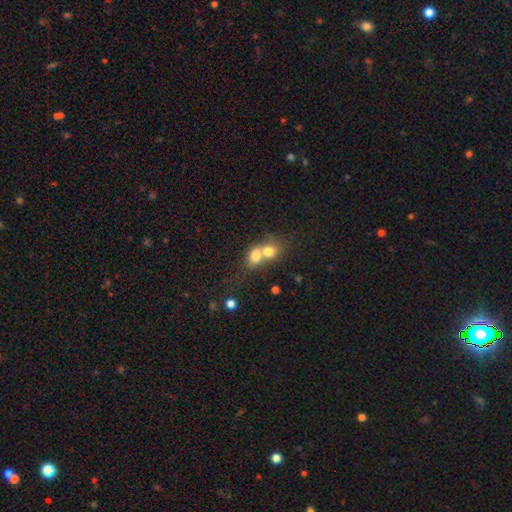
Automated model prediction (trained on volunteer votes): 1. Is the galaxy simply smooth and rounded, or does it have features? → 74% smooth, 16% featured or disk, 10% star or artifact.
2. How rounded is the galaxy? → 50% round, 48% in between, 2% cigar-shaped.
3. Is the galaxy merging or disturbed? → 74% merger, 18% none, 5% minor disturbance, 3% major disturbance.